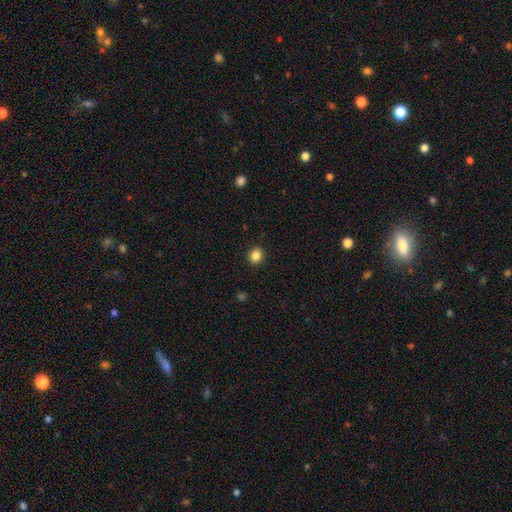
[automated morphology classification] Q: Smooth or featured?
A: smooth (85%); runner-up: star or artifact (10%)
Q: How rounded?
A: round (73%); runner-up: in between (26%)
Q: Merging?
A: none (91%); runner-up: minor disturbance (6%)